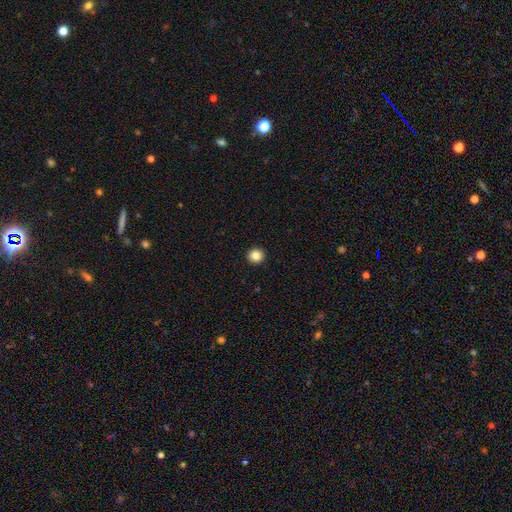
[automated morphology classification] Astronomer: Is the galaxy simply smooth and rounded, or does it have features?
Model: smooth — 86%.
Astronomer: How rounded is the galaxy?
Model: round — 94%.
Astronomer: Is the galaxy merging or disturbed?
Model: none — 94%.